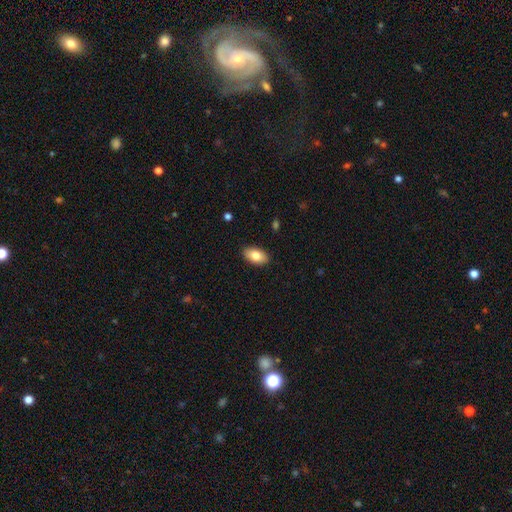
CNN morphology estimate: Smooth or featured: smooth — 81% (featured or disk — 12%)
How rounded: in between — 93% (round — 5%)
Merging: none — 89% (minor disturbance — 8%)